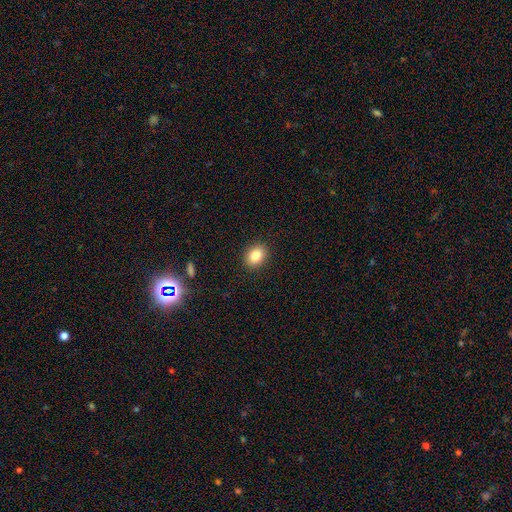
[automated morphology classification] This appears to be a smooth galaxy with no disk features (84%) that is in between round and cigar-shaped (57%). Merging: none (90%).